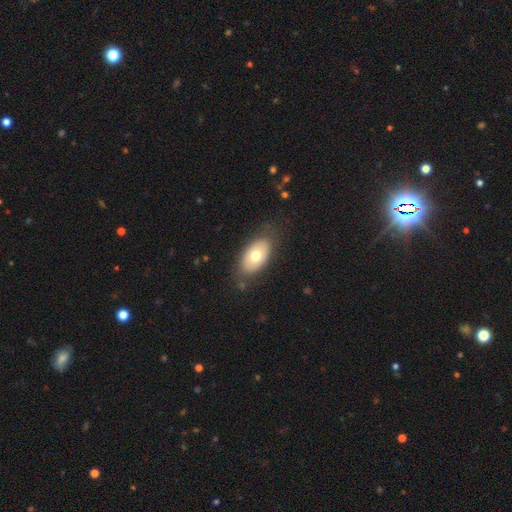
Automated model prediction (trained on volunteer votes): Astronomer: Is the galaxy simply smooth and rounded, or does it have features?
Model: smooth — 70%.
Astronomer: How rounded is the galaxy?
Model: in between — 92%.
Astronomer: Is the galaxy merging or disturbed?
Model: none — 78%.